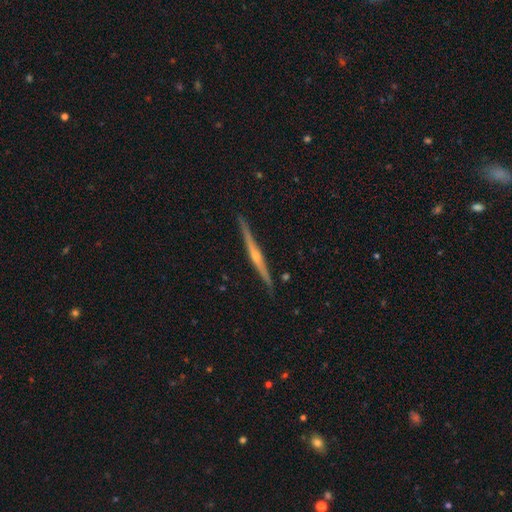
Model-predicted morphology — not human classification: Q: Smooth or featured?
A: featured or disk (83%); runner-up: smooth (11%)
Q: Edge-on disk?
A: yes (99%); runner-up: no (1%)
Q: Edge-on bulge?
A: rounded (80%); runner-up: none (12%)
Q: Merging?
A: none (91%); runner-up: minor disturbance (6%)